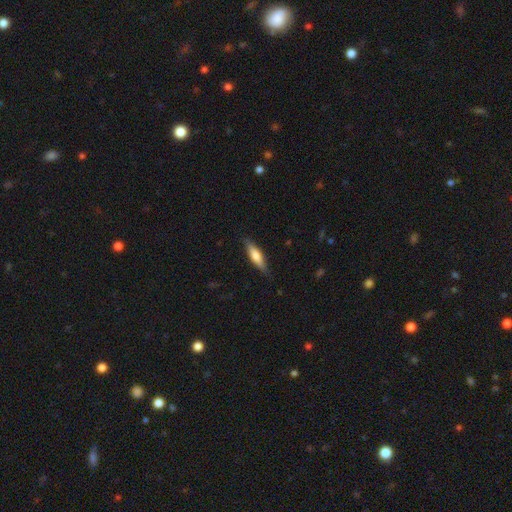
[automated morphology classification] The model was most divided on "smooth or featured": smooth: 61%, featured or disk: 33%, star or artifact: 6%. More confident: merging — none (84%); how rounded — cigar-shaped (66%).